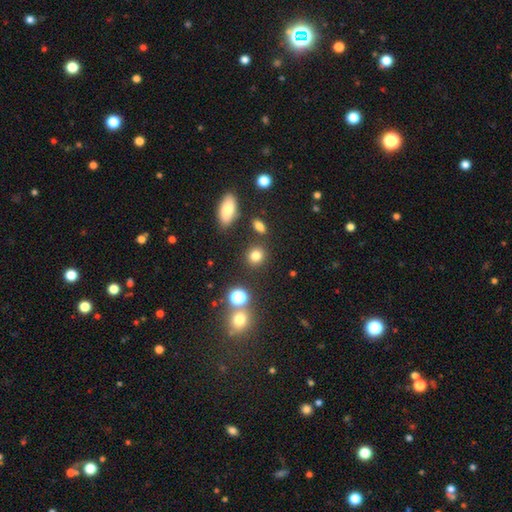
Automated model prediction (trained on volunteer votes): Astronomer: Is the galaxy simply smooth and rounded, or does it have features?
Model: smooth — 79%.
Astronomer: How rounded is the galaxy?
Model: round — 78%.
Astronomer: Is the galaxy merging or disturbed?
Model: none — 84%.